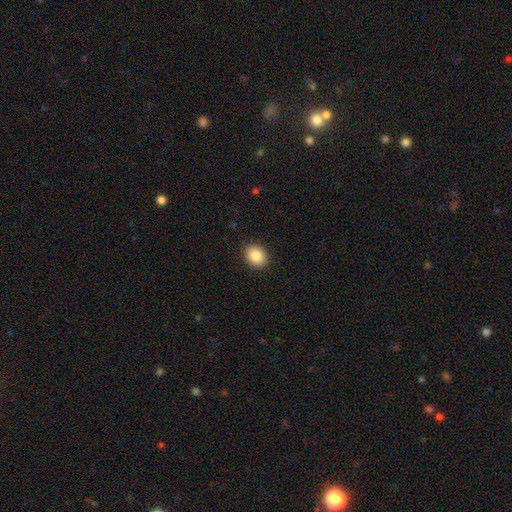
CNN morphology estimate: Smooth or featured? smooth (88%)
How rounded? round (51%)
Merging? none (90%)